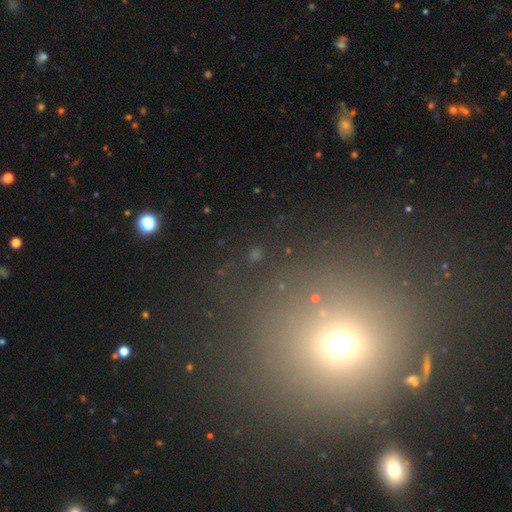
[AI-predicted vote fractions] A star or artifact, not a galaxy (54%).

Vote fractions:
- Smooth or featured? star or artifact: 54% / smooth: 31% / featured or disk: 15%